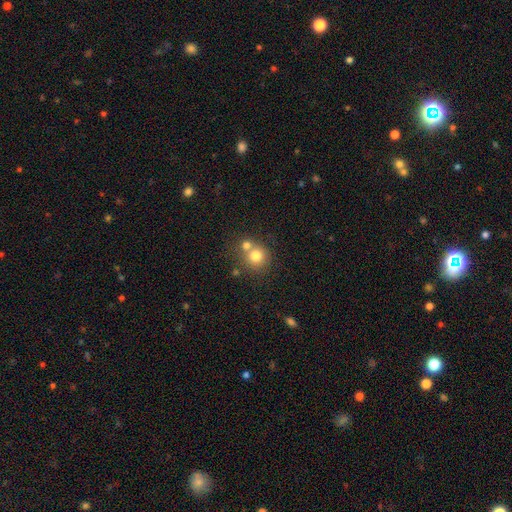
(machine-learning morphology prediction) Smooth or featured? smooth (77%)
How rounded? round (89%)
Merging? none (51%)